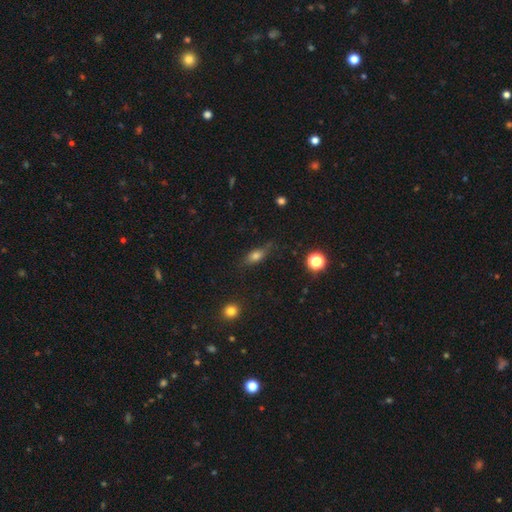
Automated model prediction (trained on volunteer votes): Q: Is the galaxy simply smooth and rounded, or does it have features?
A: smooth — 70%.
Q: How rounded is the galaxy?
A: in between — 72%.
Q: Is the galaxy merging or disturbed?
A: none — 72%.